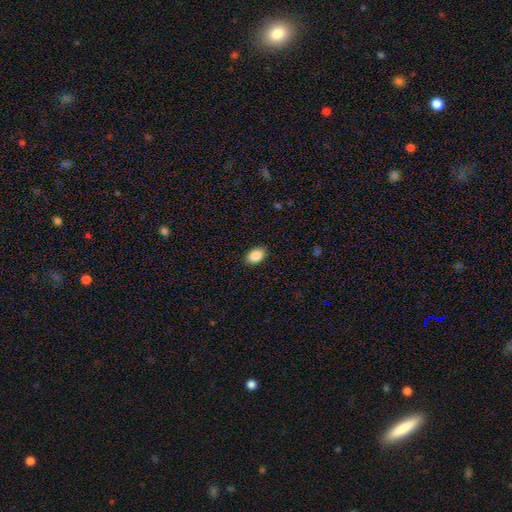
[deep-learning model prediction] Q: Smooth or featured?
A: smooth (88%); runner-up: star or artifact (7%)
Q: How rounded?
A: in between (87%); runner-up: round (12%)
Q: Merging?
A: none (90%); runner-up: minor disturbance (8%)